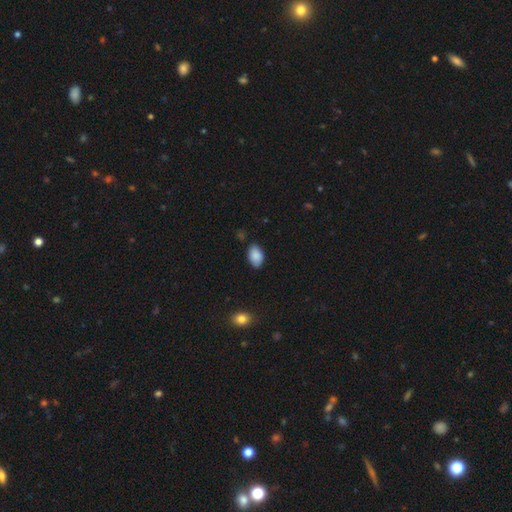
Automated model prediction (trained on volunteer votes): This appears to be a smooth galaxy with no disk features (88%) that is in between round and cigar-shaped (91%). Merging: none (81%).